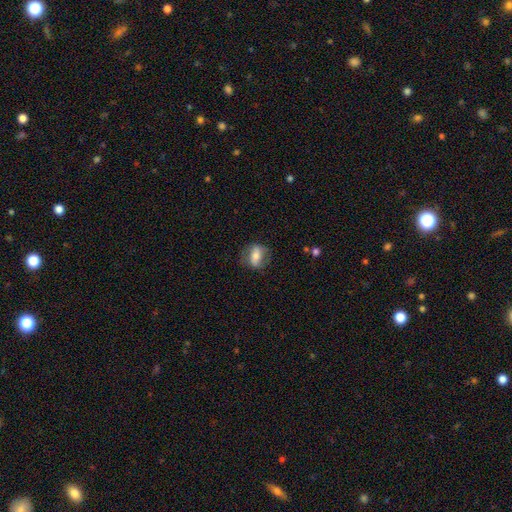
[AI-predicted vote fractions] The model was most divided on "smooth or featured": smooth: 58%, featured or disk: 34%, star or artifact: 8%. More confident: how rounded — in between (71%); merging — none (71%).